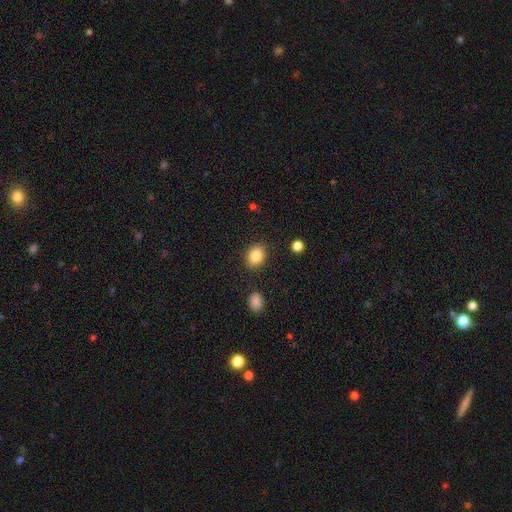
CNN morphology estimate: A smooth galaxy with no disk features (85%) that is in between round and cigar-shaped (54%).

Vote fractions:
- Smooth or featured? smooth: 85% / star or artifact: 9% / featured or disk: 6%
- How rounded? in between: 54% / round: 45% / cigar-shaped: 1%
- Merging? none: 87% / minor disturbance: 8% / major disturbance: 3% / merger: 2%